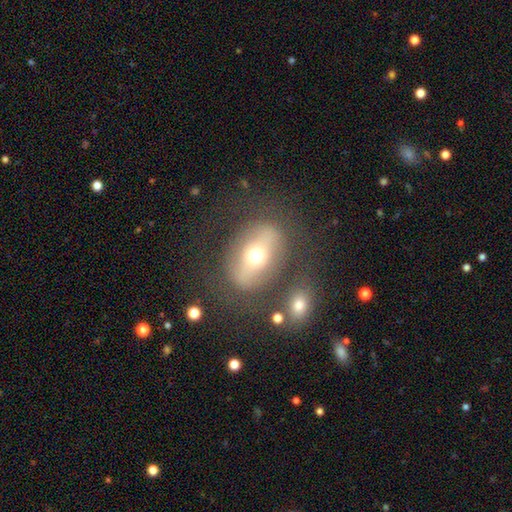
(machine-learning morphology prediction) Q: Smooth or featured?
A: featured or disk (47%); runner-up: smooth (44%)
Q: Merging?
A: none (75%); runner-up: minor disturbance (12%)